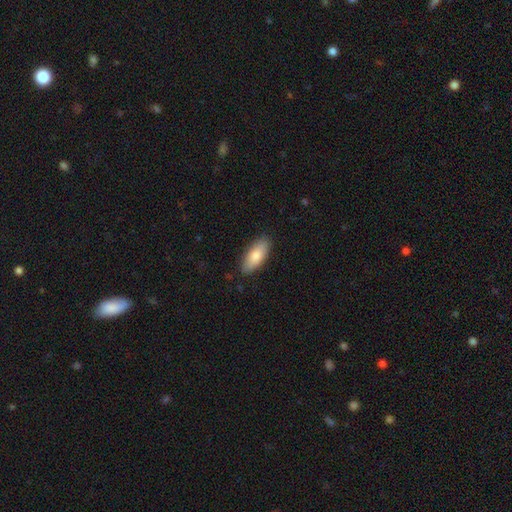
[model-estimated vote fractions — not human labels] smooth-or-featured: smooth: 81% | featured or disk: 14% | star or artifact: 6%
  how-rounded: in between: 82% | cigar-shaped: 16% | round: 2%
  merging: none: 88% | minor disturbance: 10% | major disturbance: 2% | merger: 1%